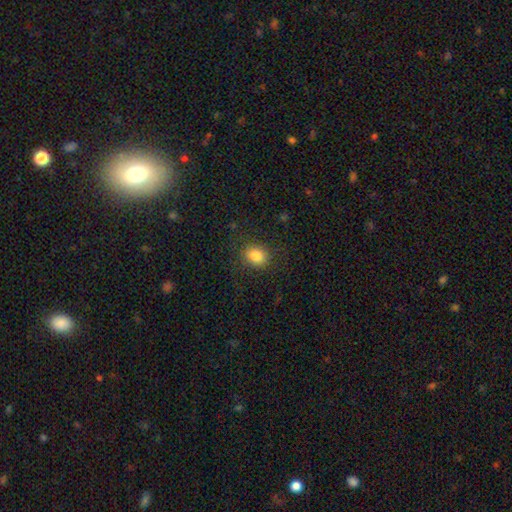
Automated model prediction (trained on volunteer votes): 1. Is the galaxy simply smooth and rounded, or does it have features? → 84% smooth, 10% star or artifact, 6% featured or disk.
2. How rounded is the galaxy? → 62% round, 37% in between, 1% cigar-shaped.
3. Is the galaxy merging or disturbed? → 85% none, 10% minor disturbance, 4% major disturbance, 1% merger.